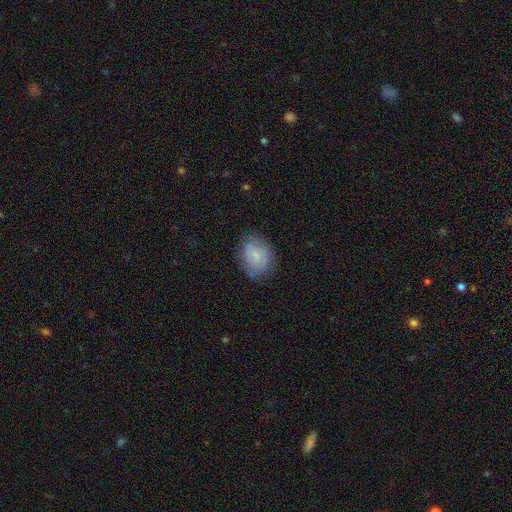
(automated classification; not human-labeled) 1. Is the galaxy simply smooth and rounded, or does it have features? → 52% smooth, 40% featured or disk, 8% star or artifact.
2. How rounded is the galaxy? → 52% in between, 47% round, 1% cigar-shaped.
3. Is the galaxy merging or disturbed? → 77% none, 17% minor disturbance, 5% major disturbance, 1% merger.